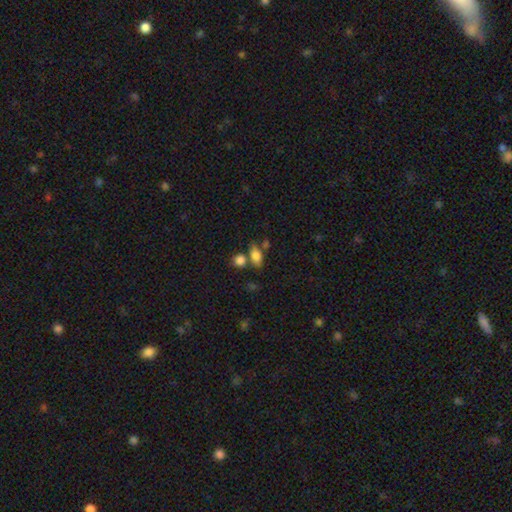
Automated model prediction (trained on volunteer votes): smooth_or_featured: smooth (p=0.80) [alt: featured or disk p=0.11]
how_rounded: in between (p=0.80) [alt: round p=0.15]
merging: none (p=0.58) [alt: merger p=0.22]